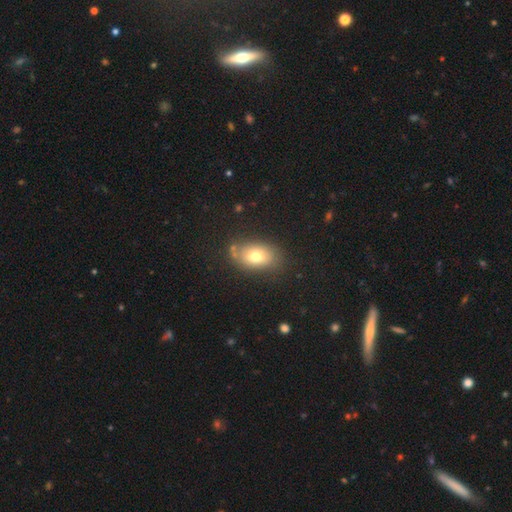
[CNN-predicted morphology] Smooth or featured?
  - smooth: 73% *
  - featured or disk: 17%
  - star or artifact: 10%
How rounded?
  - in between: 83% *
  - round: 15%
  - cigar-shaped: 2%
Merging?
  - none: 72% *
  - minor disturbance: 17%
  - major disturbance: 6%
  - merger: 5%